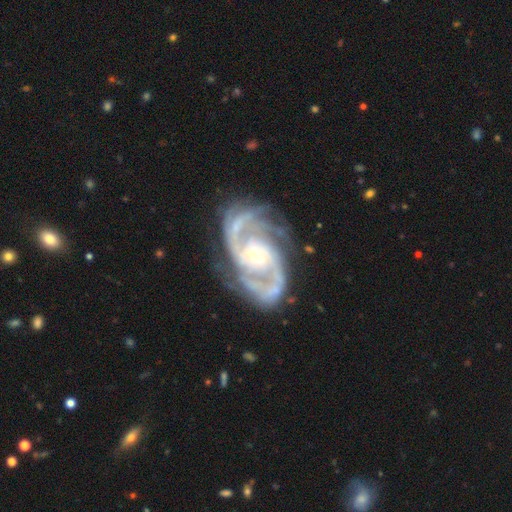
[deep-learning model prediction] Smooth or featured? Predicted: featured or disk (p=0.93). Edge-on disk? Predicted: no (p=0.98). Bar? Predicted: no (p=0.60). Spiral arms? Predicted: yes (p=0.98). Spiral winding? Predicted: medium (p=0.54). Spiral arm count? Predicted: 2 (p=0.73). Bulge size? Predicted: small (p=0.61). Merging? Predicted: none (p=0.74).